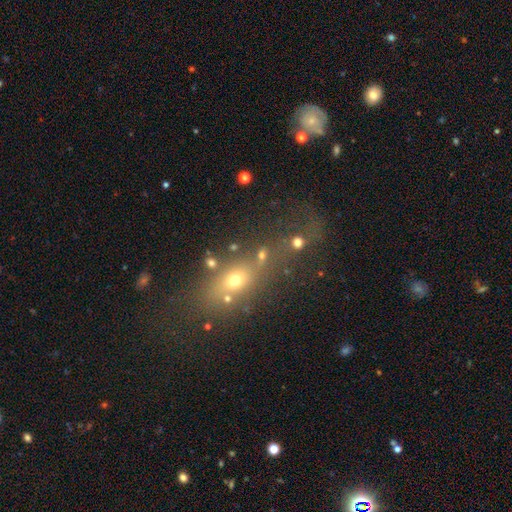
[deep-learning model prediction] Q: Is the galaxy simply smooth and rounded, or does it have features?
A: smooth — 44%.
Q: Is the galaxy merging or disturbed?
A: none — 39%.